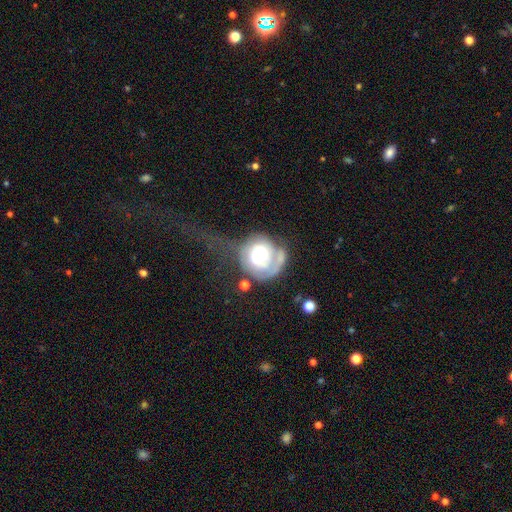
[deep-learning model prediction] Smooth or featured? Predicted: featured or disk (p=0.67). Edge-on disk? Predicted: no (p=0.97). Bar? Predicted: no (p=0.70). Spiral arms? Predicted: yes (p=0.74). Bulge size? Predicted: large (p=0.46). Merging? Predicted: major disturbance (p=0.40).